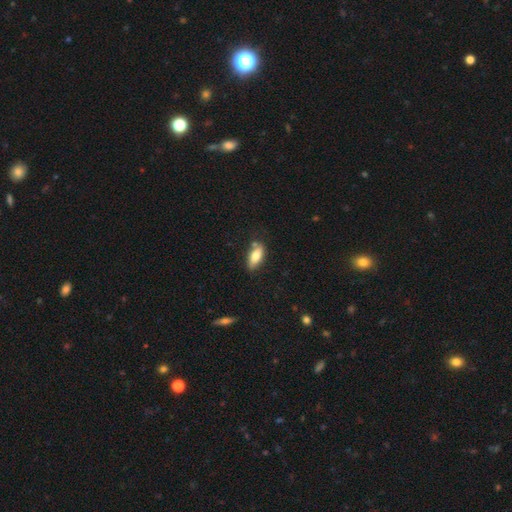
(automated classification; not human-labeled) smooth 78%, featured or disk 16%, star or artifact 7%. Down the decision tree: how rounded — in between (80%); merging — none (69%).